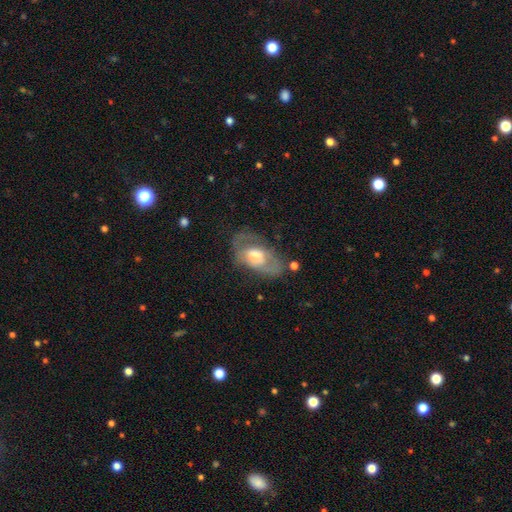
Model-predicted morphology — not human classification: A featured or disk galaxy (60%) with no bar (60%), spiral arms (55%) and a moderate central bulge (57%).

Vote fractions:
- Smooth or featured? featured or disk: 60% / smooth: 33% / star or artifact: 7%
- Edge-on disk? no: 91% / yes: 9%
- Bar? no: 60% / weak: 31% / strong: 9%
- Spiral arms? yes: 55% / no: 45%
- Bulge size? moderate: 57% / large: 20% / small: 19% / none: 2% / dominant: 2%
- Merging? none: 49% / minor disturbance: 26% / major disturbance: 21% / merger: 4%